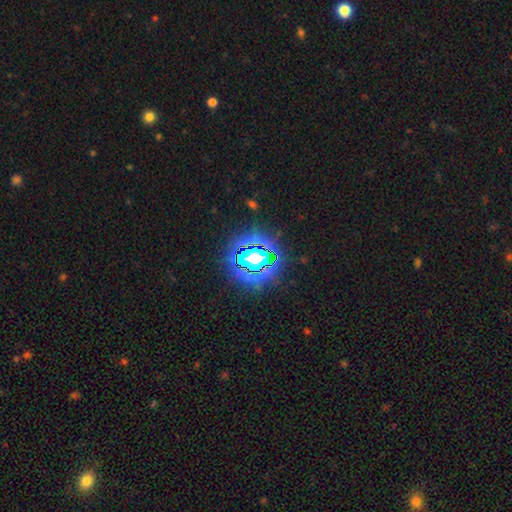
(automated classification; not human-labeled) Smooth or featured? star or artifact (81%)